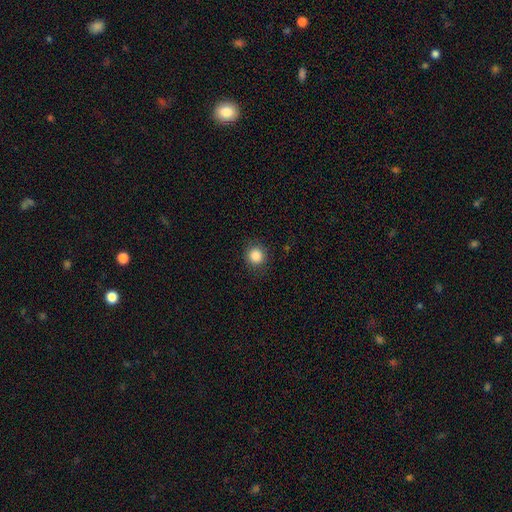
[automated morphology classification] smooth_or_featured: smooth (p=0.86) [alt: star or artifact p=0.10]
how_rounded: round (p=0.90) [alt: in between p=0.09]
merging: none (p=0.88) [alt: minor disturbance p=0.08]